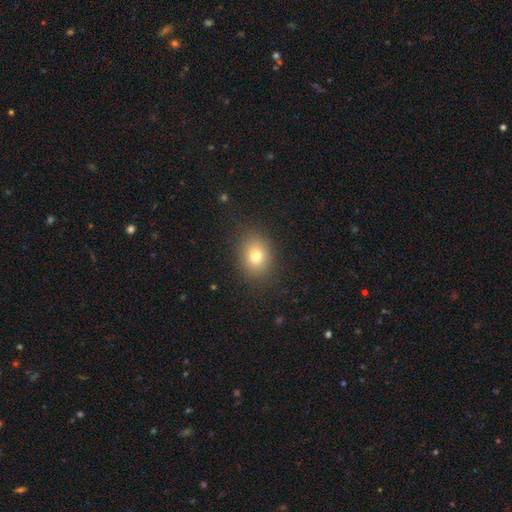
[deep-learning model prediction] The model was most divided on "how rounded": in between: 50%, round: 49%, cigar-shaped: 1%. More confident: merging — none (86%); smooth or featured — smooth (76%).